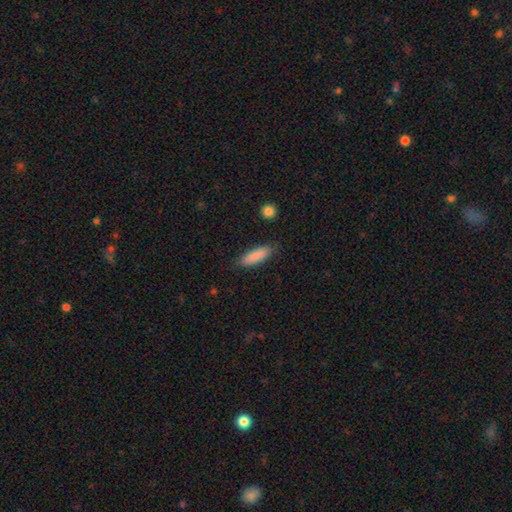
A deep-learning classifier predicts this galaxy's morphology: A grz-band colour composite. It shows a smooth galaxy with no disk features (86%) that is cigar-shaped (59%). Merging: none (84%).